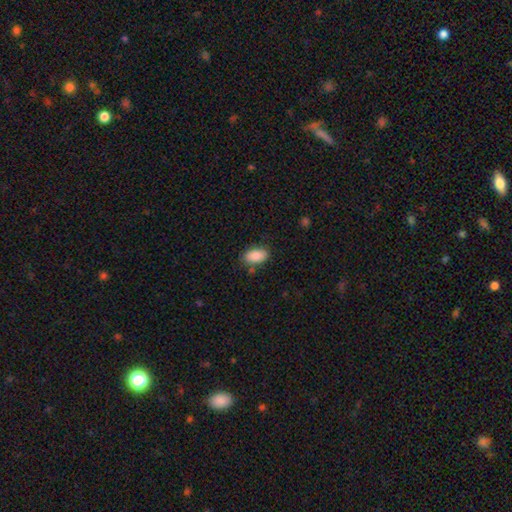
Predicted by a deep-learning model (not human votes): Smooth or featured? Predicted: smooth (p=0.87). How rounded? Predicted: in between (p=0.93). Merging? Predicted: none (p=0.79).